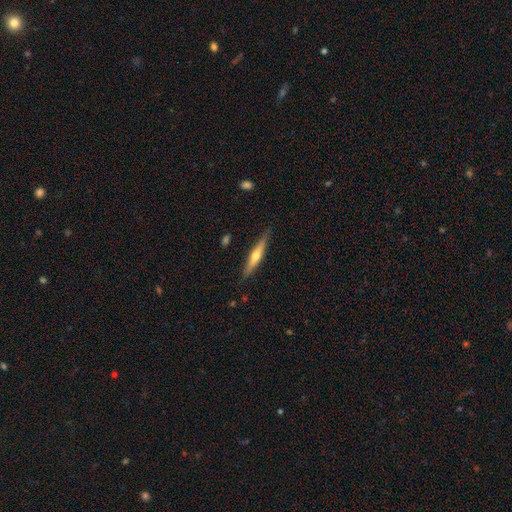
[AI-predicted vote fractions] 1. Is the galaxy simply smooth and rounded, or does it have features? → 58% featured or disk, 36% smooth, 6% star or artifact.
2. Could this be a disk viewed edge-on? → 95% yes, 5% no.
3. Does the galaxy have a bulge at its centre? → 88% rounded, 9% none, 4% boxy.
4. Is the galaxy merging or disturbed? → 86% none, 10% minor disturbance, 2% major disturbance, 1% merger.